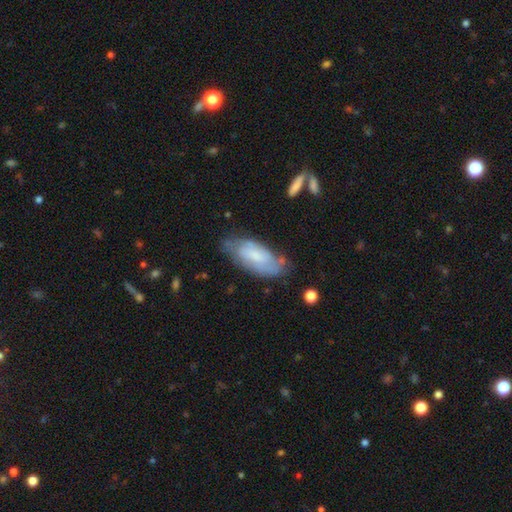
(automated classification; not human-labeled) Smooth or featured? Predicted: smooth (p=0.48). Merging? Predicted: none (p=0.61).